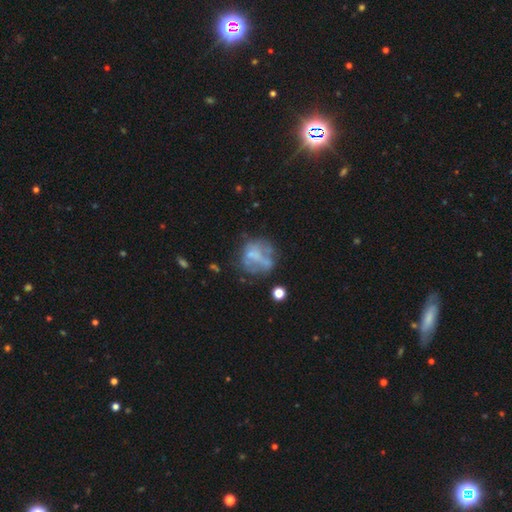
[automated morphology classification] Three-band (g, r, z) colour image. It shows a featured or disk galaxy (48%). Merging: none (44%).